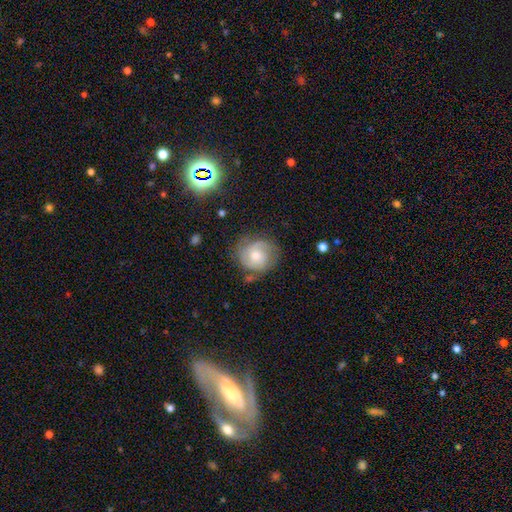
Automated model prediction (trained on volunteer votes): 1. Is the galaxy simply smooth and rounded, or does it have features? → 61% featured or disk, 32% smooth, 7% star or artifact.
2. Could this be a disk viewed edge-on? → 98% no, 2% yes.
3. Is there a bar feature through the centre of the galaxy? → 69% no, 28% weak, 4% strong.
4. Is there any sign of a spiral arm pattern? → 88% yes, 12% no.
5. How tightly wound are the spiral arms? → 47% tight, 39% medium, 14% loose.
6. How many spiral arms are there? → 57% 2, 20% can't tell, 9% 3, 9% 1, 2% 4, 2% more than 4.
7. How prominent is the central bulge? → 57% moderate, 34% small, 6% large, 2% none, 1% dominant.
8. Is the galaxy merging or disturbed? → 68% none, 21% minor disturbance, 8% major disturbance, 3% merger.